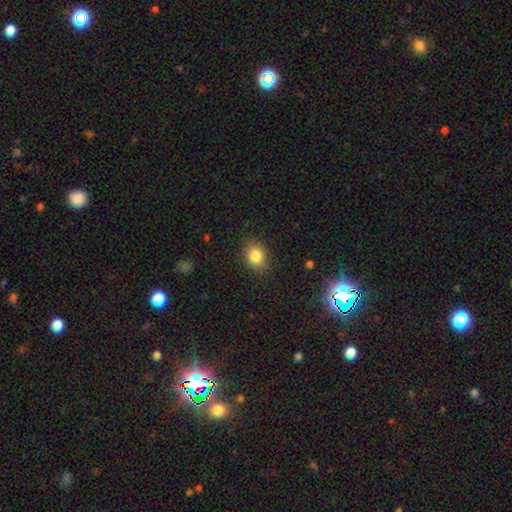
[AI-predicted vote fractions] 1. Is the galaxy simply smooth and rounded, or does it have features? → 84% smooth, 10% star or artifact, 6% featured or disk.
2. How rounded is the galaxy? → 52% in between, 47% round, 1% cigar-shaped.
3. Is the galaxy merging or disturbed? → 86% none, 10% minor disturbance, 3% major disturbance, 1% merger.